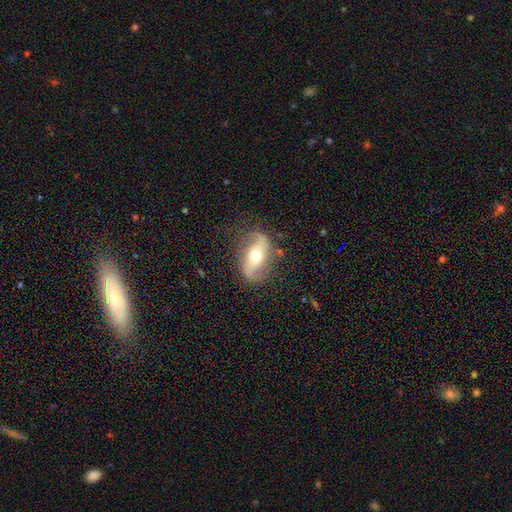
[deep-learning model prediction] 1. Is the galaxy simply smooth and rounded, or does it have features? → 79% featured or disk, 15% smooth, 6% star or artifact.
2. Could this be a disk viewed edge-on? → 92% no, 8% yes.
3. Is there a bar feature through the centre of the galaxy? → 36% no (tied), 36% strong (tied), 28% weak.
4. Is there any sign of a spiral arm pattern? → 90% yes, 10% no.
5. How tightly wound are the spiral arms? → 71% loose, 22% medium, 8% tight.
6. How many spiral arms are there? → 91% 2, 3% can't tell, 3% 1, 1% 3, 1% 4, 1% more than 4.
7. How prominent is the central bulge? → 65% moderate, 26% small, 7% large, 2% dominant, 1% none.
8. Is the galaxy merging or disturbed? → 78% none, 14% minor disturbance, 6% major disturbance, 2% merger.